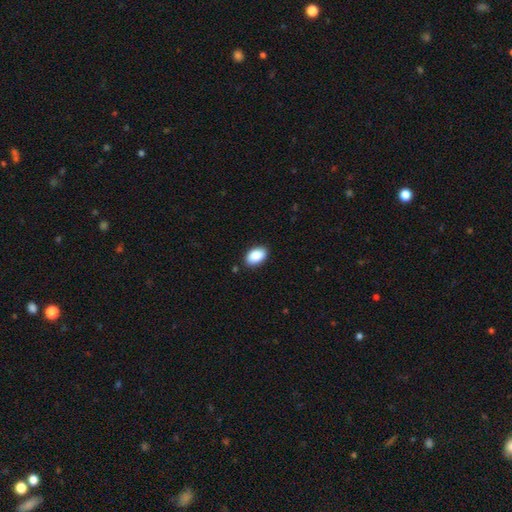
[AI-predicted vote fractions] Smooth or featured? Predicted: smooth (p=0.89). How rounded? Predicted: in between (p=0.92). Merging? Predicted: none (p=0.88).